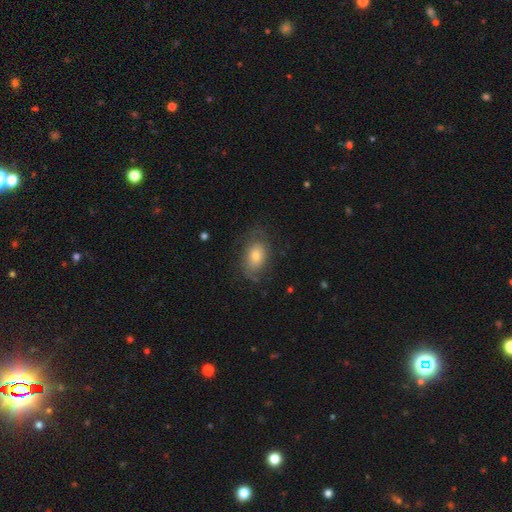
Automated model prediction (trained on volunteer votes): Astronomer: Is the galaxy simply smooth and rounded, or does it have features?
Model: smooth — 54% (runner-up: featured or disk, 37%).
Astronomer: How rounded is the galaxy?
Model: in between — 79%.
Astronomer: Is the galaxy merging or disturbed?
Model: none — 66%.